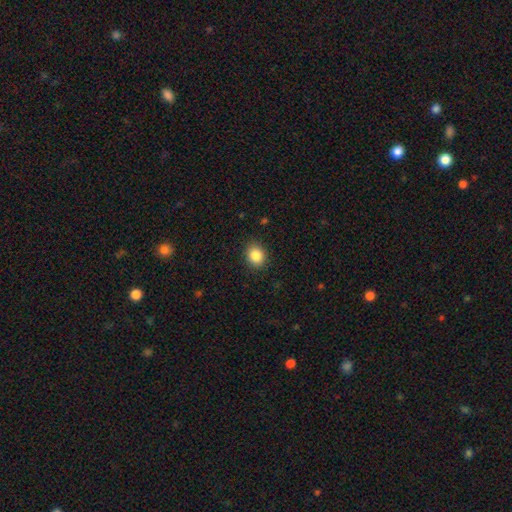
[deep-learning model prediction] Morphology: type=smooth (86%); roundness=round (73%); merging=none (89%).